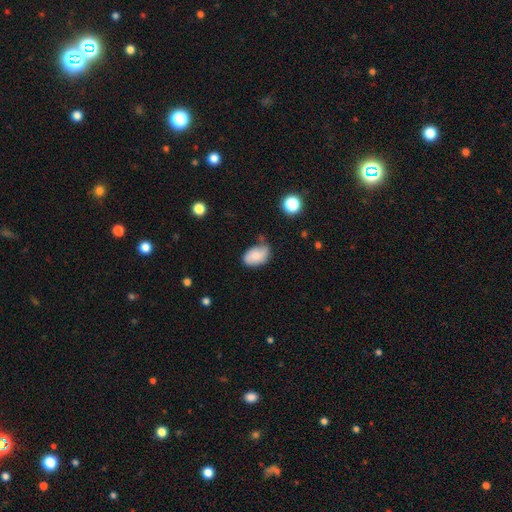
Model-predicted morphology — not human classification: This appears to be a smooth galaxy with no disk features (76%) that is in between round and cigar-shaped (88%). Merging: none (51%).